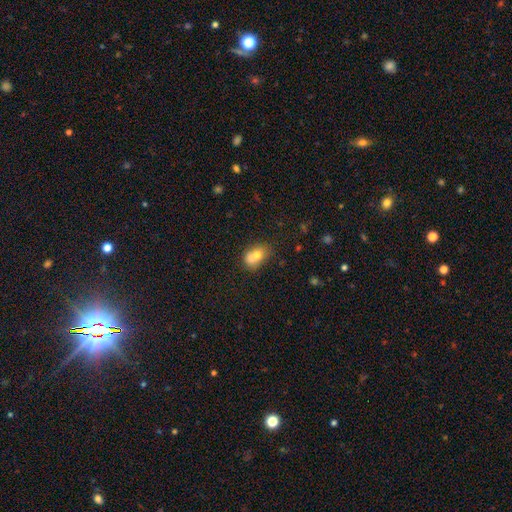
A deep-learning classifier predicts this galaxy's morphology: smooth_or_featured: smooth (p=0.71) [alt: featured or disk p=0.20]
how_rounded: in between (p=0.64) [alt: round p=0.34]
merging: merger (p=0.50) [alt: none p=0.31]